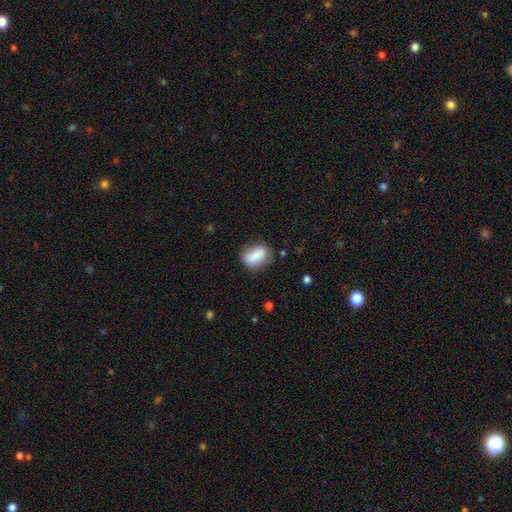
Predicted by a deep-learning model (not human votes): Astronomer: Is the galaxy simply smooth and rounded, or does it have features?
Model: smooth — 81%.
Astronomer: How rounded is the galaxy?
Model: in between — 78%.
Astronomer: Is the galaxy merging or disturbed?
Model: none — 73%.